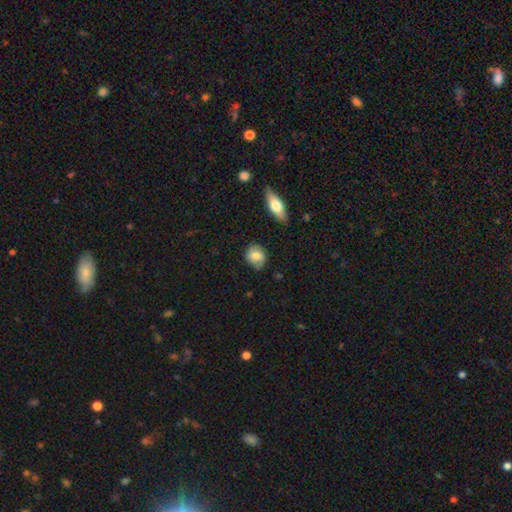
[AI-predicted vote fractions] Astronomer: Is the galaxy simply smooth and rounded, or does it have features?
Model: smooth — 61%.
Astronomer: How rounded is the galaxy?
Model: round — 64%.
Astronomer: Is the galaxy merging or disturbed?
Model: none — 76%.